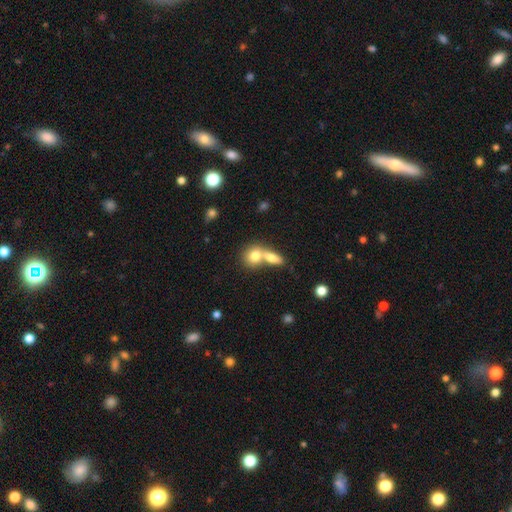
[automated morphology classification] Overall: smooth (77%). How rounded: round (54%; in between 41%). Merging: merger (65%; none 27%).